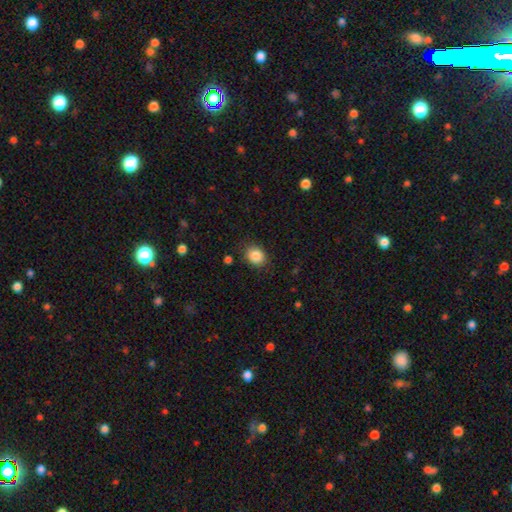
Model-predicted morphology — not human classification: smooth-or-featured: smooth: 86% | star or artifact: 9% | featured or disk: 5%
  how-rounded: round: 61% | in between: 38% | cigar-shaped: 1%
  merging: none: 83% | minor disturbance: 12% | major disturbance: 3% | merger: 2%